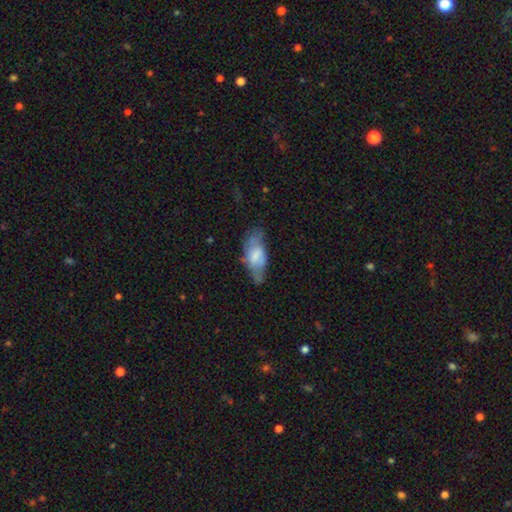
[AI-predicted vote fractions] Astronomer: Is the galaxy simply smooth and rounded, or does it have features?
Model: smooth — 54% (runner-up: featured or disk, 38%).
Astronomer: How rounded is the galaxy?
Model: in between — 84%.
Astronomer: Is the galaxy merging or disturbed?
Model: none — 42% (runner-up: minor disturbance, 34%).